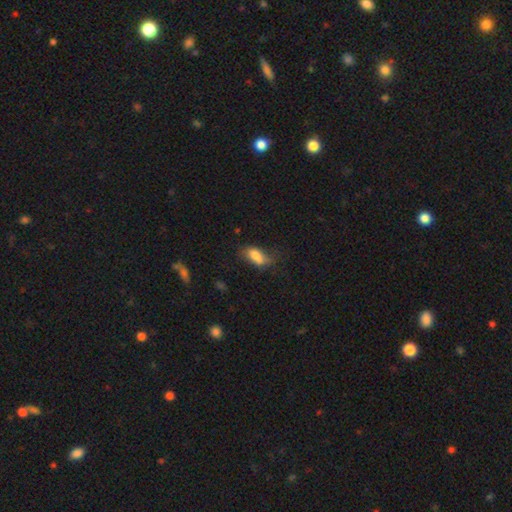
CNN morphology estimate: Smooth or featured? Predicted: smooth (p=0.74). How rounded? Predicted: in between (p=0.85). Merging? Predicted: none (p=0.40).